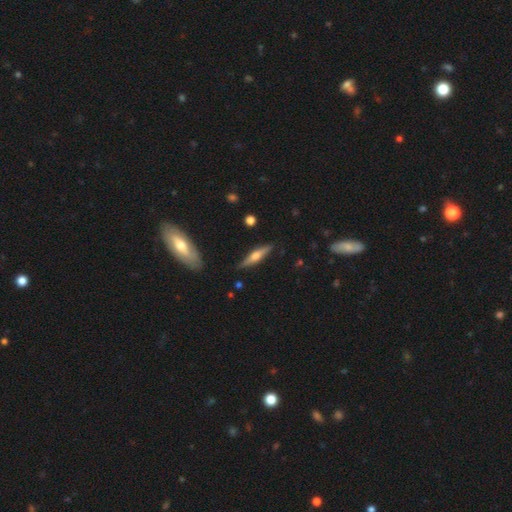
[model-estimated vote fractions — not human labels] This appears to be a featured or disk galaxy (61%) viewed edge-on (96%) with a rounded central bulge (88%). Merging: none (86%).